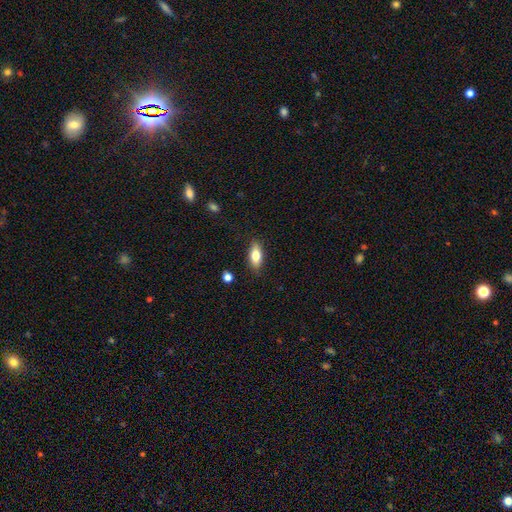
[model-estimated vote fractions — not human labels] A smooth galaxy with no disk features (75%) that is in between round and cigar-shaped (80%). Merging: none (86%).